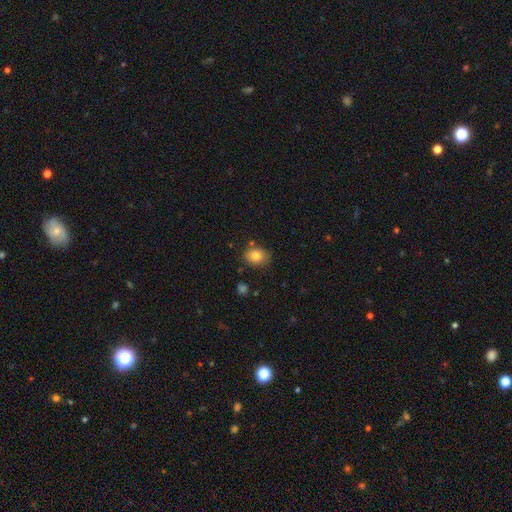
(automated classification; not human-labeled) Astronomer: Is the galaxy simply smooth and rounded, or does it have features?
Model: smooth — 81%.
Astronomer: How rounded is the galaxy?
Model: in between — 52% (runner-up: round, 47%).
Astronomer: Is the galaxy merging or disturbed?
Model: none — 76%.